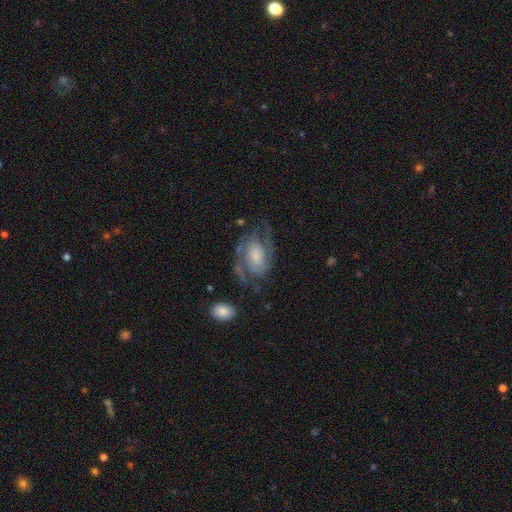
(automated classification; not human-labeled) This is clearly a featured or disk galaxy (81%). It is clearly not viewed edge-on (97%). Bar: possibly no (56%). Spiral arm pattern: clearly yes (94%). Spiral arm count: likely 2 (79%). Spiral winding: possibly medium (50%). Central bulge: marginally small (32%). Merging: possibly none (59%).